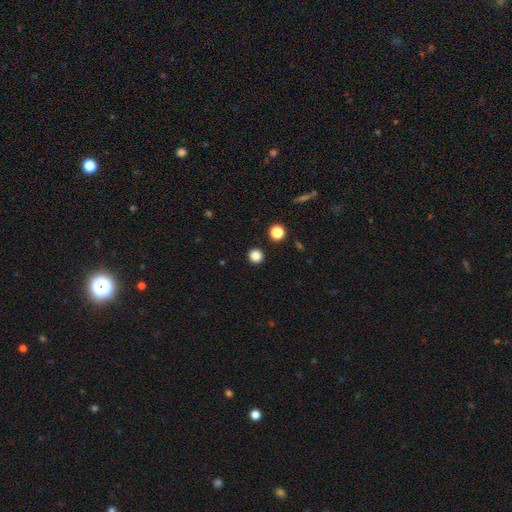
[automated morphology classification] This appears to be a smooth galaxy with no disk features (85%) that is round (96%). Merging: none (93%).